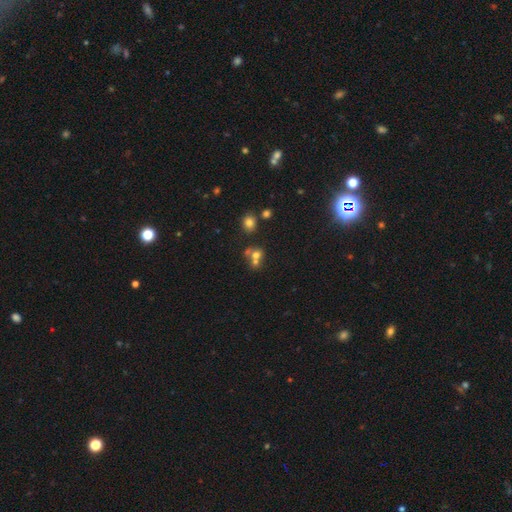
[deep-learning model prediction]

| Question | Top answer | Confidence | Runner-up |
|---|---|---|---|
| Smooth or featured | smooth | 63% | star or artifact (19%) |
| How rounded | round | 72% | in between (27%) |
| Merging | merger | 50% | none (37%) |